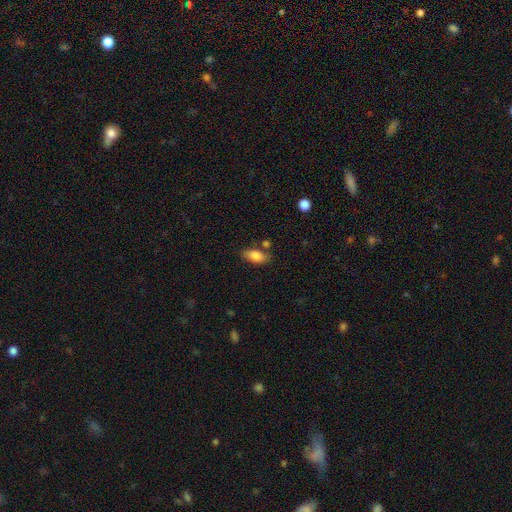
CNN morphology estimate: Q: Smooth or featured?
A: smooth (84%); runner-up: featured or disk (9%)
Q: How rounded?
A: in between (88%); runner-up: cigar-shaped (8%)
Q: Merging?
A: none (74%); runner-up: minor disturbance (15%)